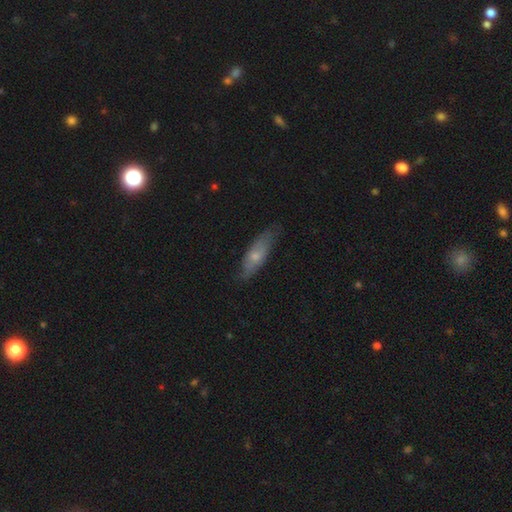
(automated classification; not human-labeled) Q: Smooth or featured?
A: smooth (54%); runner-up: featured or disk (40%)
Q: How rounded?
A: in between (53%); runner-up: cigar-shaped (45%)
Q: Merging?
A: none (72%); runner-up: minor disturbance (22%)